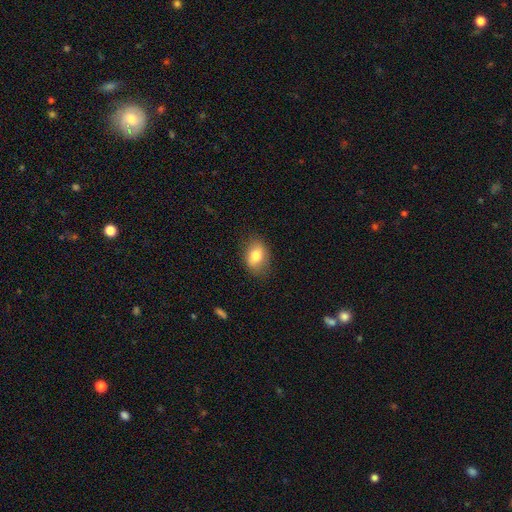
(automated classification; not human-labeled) The model was most divided on "how rounded": in between: 77%, round: 21%, cigar-shaped: 1%. More confident: merging — none (81%); smooth or featured — smooth (77%).